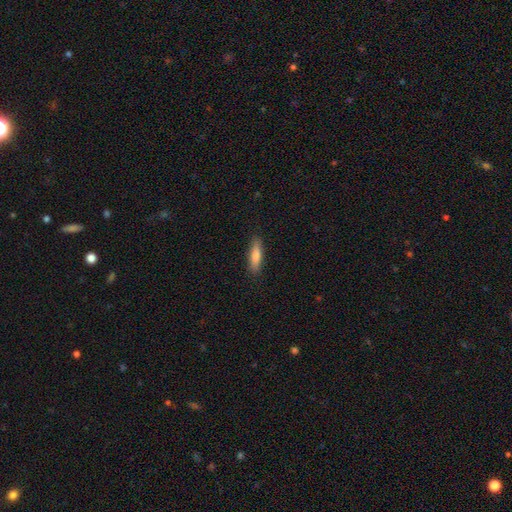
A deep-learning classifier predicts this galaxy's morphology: smooth_or_featured: smooth (p=0.76) [alt: featured or disk p=0.18]
how_rounded: cigar-shaped (p=0.63) [alt: in between p=0.35]
merging: none (p=0.89) [alt: minor disturbance p=0.09]